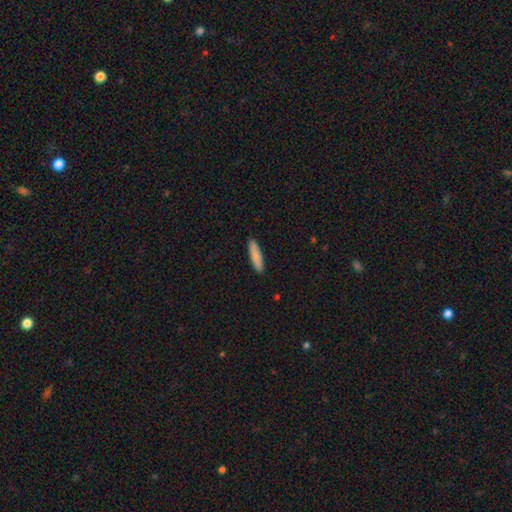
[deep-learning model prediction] This appears to be a smooth galaxy with no disk features (86%) that is cigar-shaped (81%). Merging: none (91%).